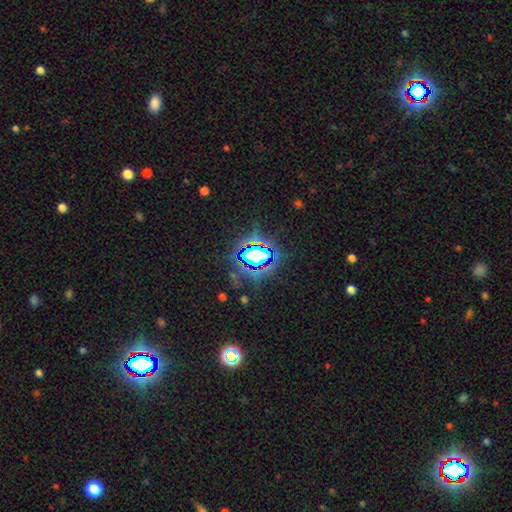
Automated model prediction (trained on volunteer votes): star or artifact 74%, smooth 15%, featured or disk 11%.